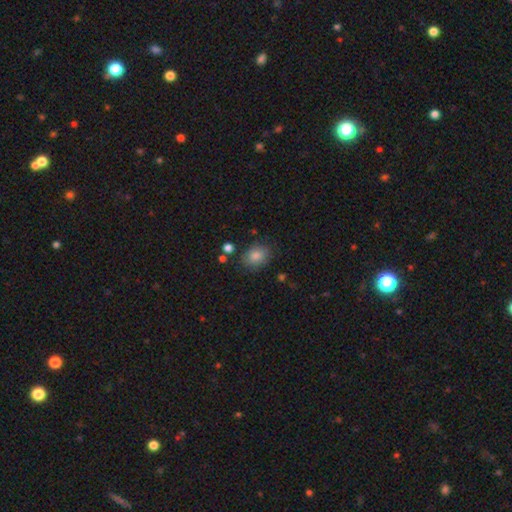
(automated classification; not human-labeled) Overall: smooth (79%). How rounded: in between (61%; round 38%). Merging: none (79%).